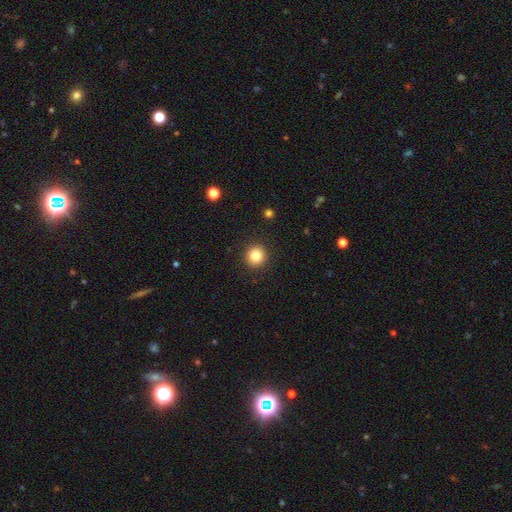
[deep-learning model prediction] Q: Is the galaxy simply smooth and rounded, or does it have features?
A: smooth — 83%.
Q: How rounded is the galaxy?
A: round — 94%.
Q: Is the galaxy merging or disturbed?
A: none — 92%.